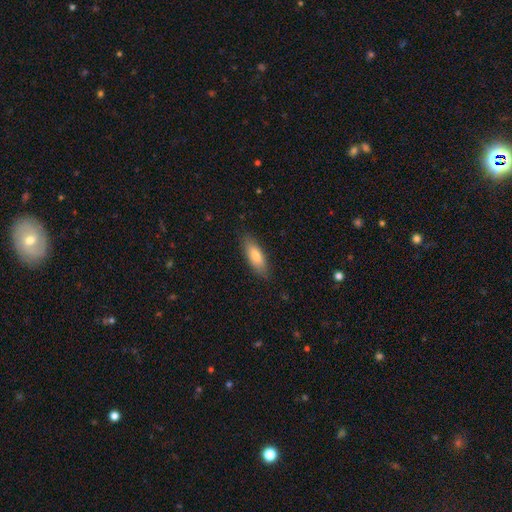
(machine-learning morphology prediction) Smooth or featured? Predicted: smooth (p=0.78). How rounded? Predicted: in between (p=0.66). Merging? Predicted: none (p=0.83).